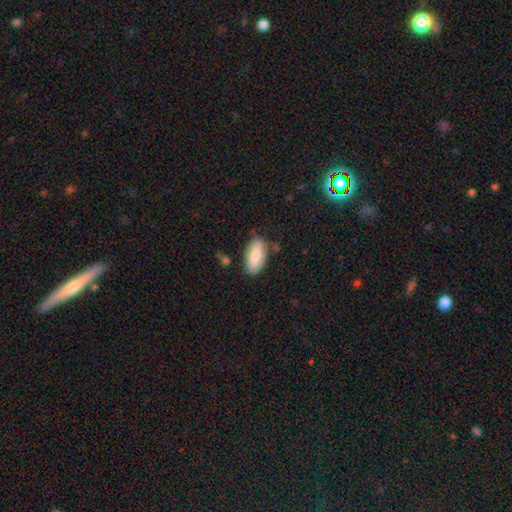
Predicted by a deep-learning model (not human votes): Q: Smooth or featured?
A: smooth (76%); runner-up: featured or disk (18%)
Q: How rounded?
A: in between (88%); runner-up: cigar-shaped (10%)
Q: Merging?
A: none (76%); runner-up: minor disturbance (17%)